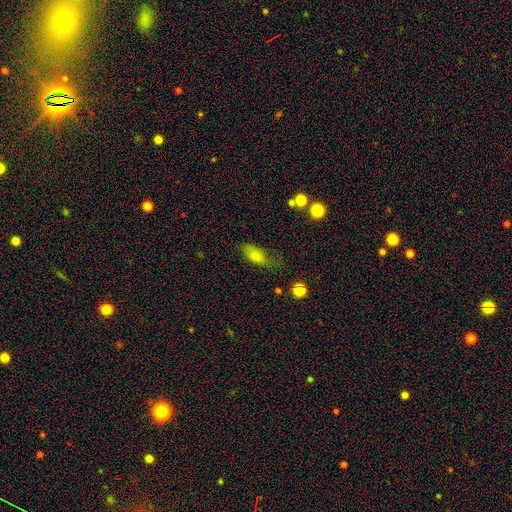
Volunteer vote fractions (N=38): A smooth galaxy with no disk features (82%) that is in between round and cigar-shaped (84%).

Vote fractions:
- Smooth or featured? smooth: 82% / featured or disk: 11% / star or artifact: 8%
- How rounded? in between: 84% / cigar-shaped: 16% / round: 0%
- Merging? none: 51% / minor disturbance: 29% / major disturbance: 17% / merger: 3%